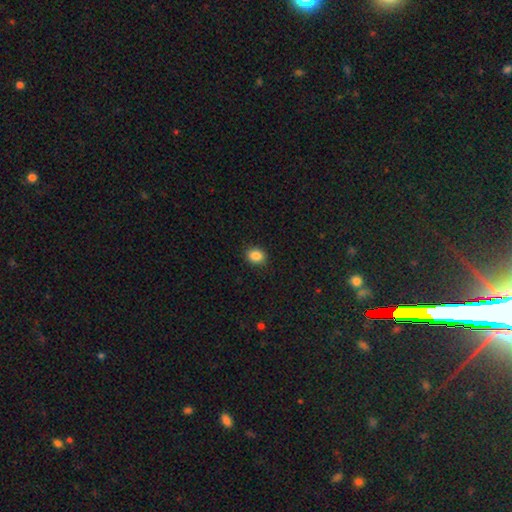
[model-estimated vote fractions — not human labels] A smooth galaxy with no disk features (86%) that is round (59%). Merging: none (90%).